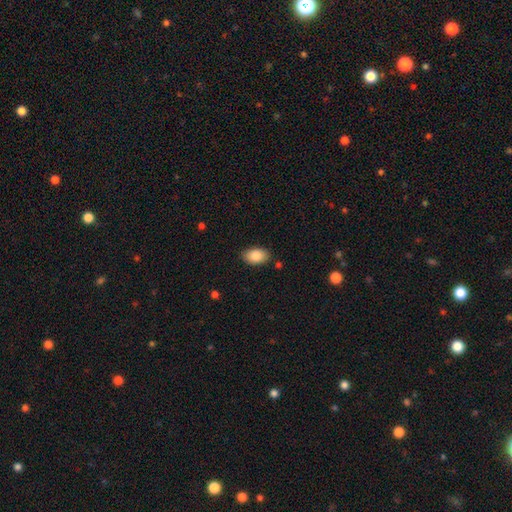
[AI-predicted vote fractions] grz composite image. It shows a smooth galaxy with no disk features (86%) that is in between round and cigar-shaped (91%). Merging: none (85%).